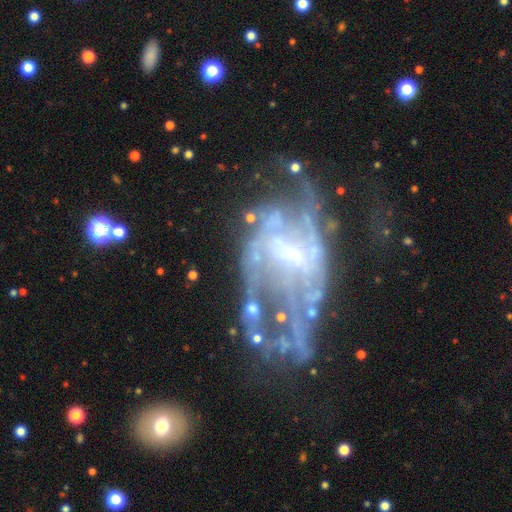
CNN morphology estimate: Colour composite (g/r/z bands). It shows a featured or disk galaxy (82%) with no bar (42%), 2 (38%) medium (41%) spiral arms (77%) and a small central bulge (65%). Merging: major disturbance (38%).